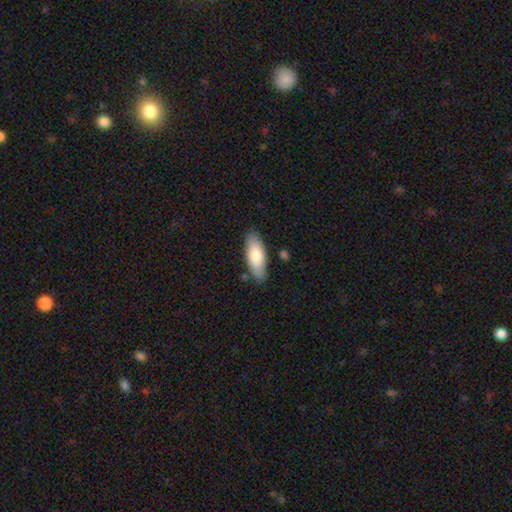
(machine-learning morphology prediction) The model was most divided on "how rounded": in between: 75%, cigar-shaped: 23%, round: 2%. More confident: merging — none (82%); smooth or featured — smooth (79%).